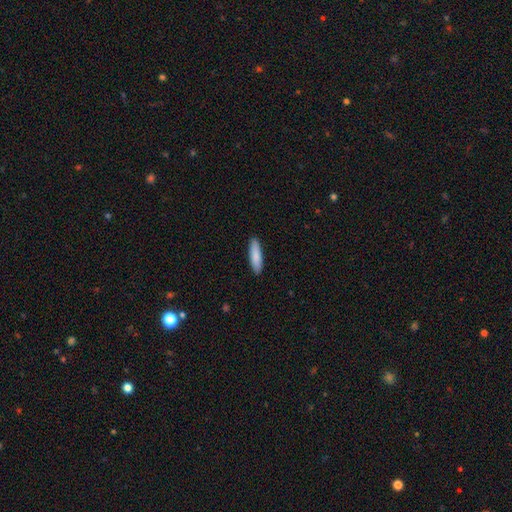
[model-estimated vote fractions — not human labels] A smooth galaxy with no disk features (86%) that is cigar-shaped (67%).

Vote fractions:
- Smooth or featured? smooth: 86% / featured or disk: 9% / star or artifact: 5%
- How rounded? cigar-shaped: 67% / in between: 31% / round: 1%
- Merging? none: 91% / minor disturbance: 7% / major disturbance: 1% / merger: 1%